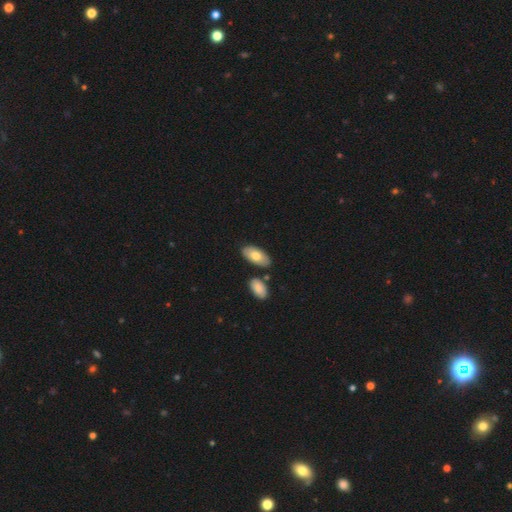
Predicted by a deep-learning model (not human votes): smooth-or-featured: smooth: 74% | featured or disk: 20% | star or artifact: 6%
  how-rounded: in between: 94% | cigar-shaped: 4% | round: 2%
  merging: none: 79% | minor disturbance: 11% | merger: 8% | major disturbance: 2%